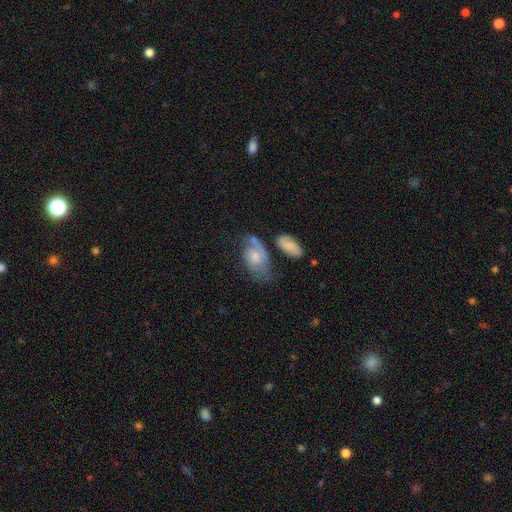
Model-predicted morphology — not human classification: smooth_or_featured: smooth (p=0.47) [alt: featured or disk p=0.45]
merging: none (p=0.31) [alt: major disturbance p=0.27]